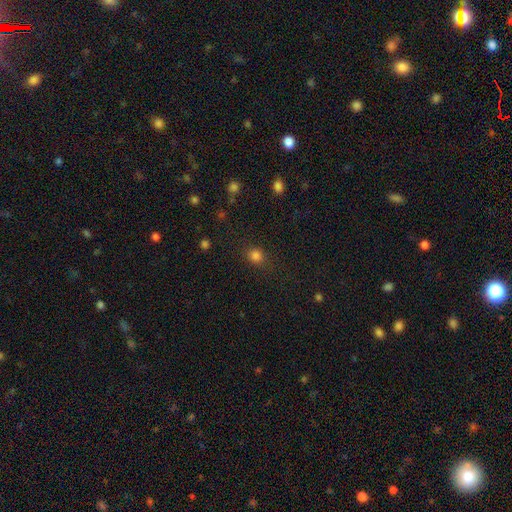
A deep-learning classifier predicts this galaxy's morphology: Smooth or featured: smooth — 81% (star or artifact — 14%)
How rounded: round — 77% (in between — 22%)
Merging: none — 83% (minor disturbance — 11%)